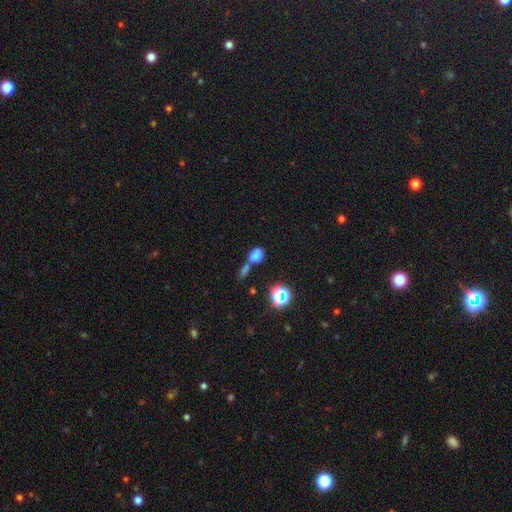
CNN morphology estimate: A smooth galaxy with no disk features (74%) that is in between round and cigar-shaped (53%). Merging: none (42%).